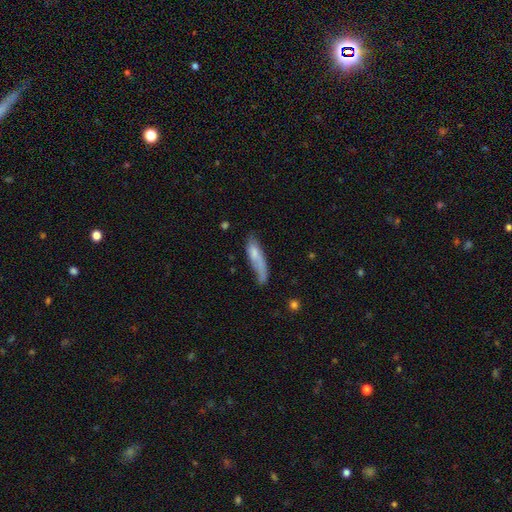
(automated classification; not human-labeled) Q: Smooth or featured?
A: smooth (64%); runner-up: featured or disk (29%)
Q: How rounded?
A: cigar-shaped (66%); runner-up: in between (32%)
Q: Merging?
A: none (35%); runner-up: minor disturbance (31%)